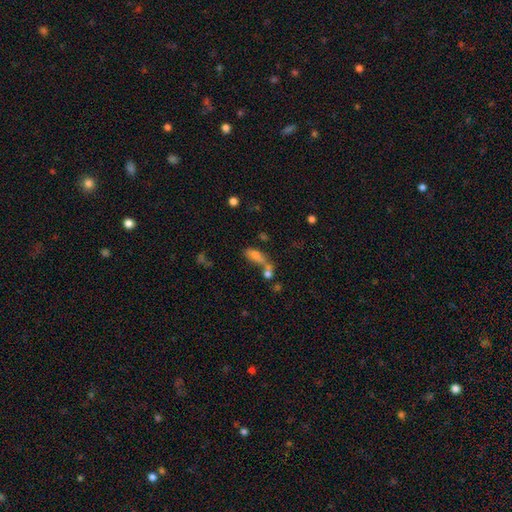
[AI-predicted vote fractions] smooth-or-featured: smooth: 66% | featured or disk: 17% | star or artifact: 17%
  how-rounded: in between: 72% | cigar-shaped: 22% | round: 7%
  merging: merger: 41% | none: 35% | minor disturbance: 13% | major disturbance: 11%